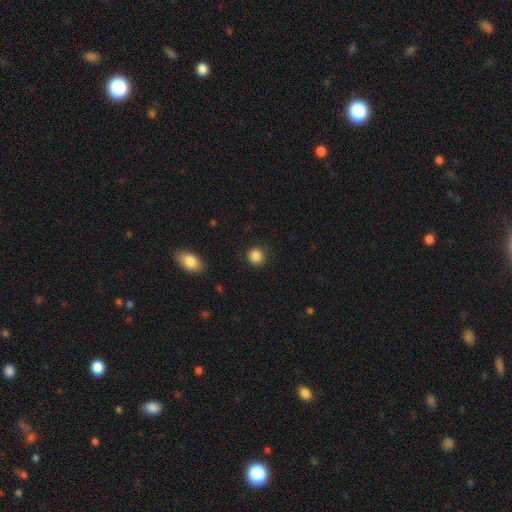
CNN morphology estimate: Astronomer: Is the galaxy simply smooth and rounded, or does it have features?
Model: smooth — 87%.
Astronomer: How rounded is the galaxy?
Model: round — 89%.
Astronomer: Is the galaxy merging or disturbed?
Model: none — 89%.